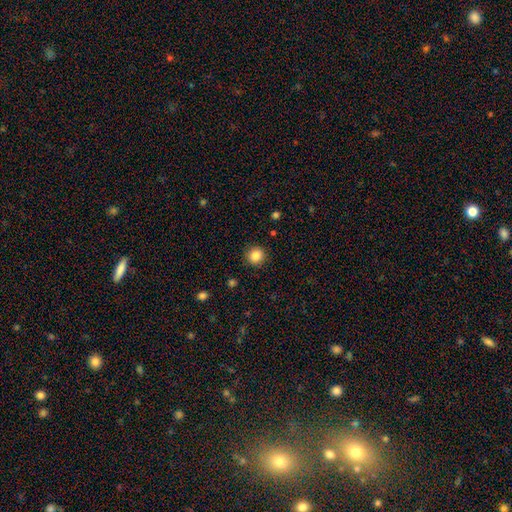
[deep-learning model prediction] This is clearly a smooth galaxy (85%). How rounded: clearly round (93%). Merging: clearly none (90%).